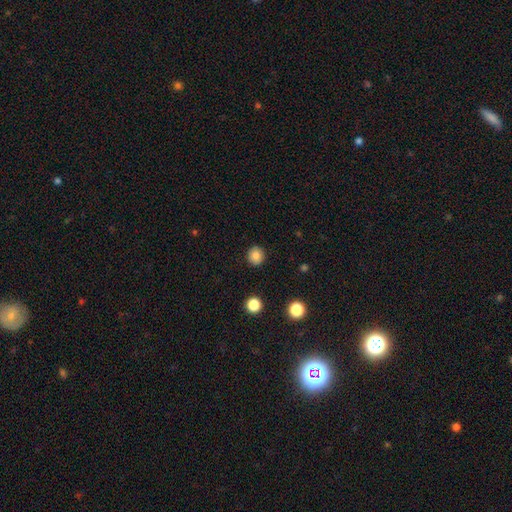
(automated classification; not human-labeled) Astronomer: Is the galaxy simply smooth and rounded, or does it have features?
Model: smooth — 84%.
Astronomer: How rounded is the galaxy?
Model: round — 90%.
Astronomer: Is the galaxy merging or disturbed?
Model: none — 91%.